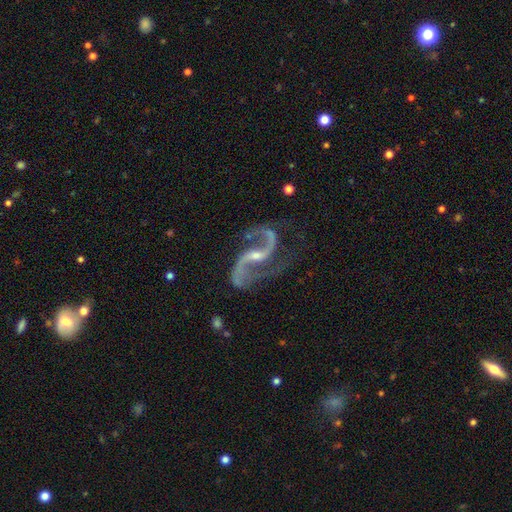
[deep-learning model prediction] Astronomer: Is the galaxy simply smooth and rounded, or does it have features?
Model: featured or disk — 94%.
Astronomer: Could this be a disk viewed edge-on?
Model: no — 98%.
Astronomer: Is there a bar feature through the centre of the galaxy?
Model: weak — 39% (runner-up: no, 32%).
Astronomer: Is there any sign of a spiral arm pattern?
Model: yes — 98%.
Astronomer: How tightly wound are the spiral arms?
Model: loose — 57% (runner-up: medium, 36%).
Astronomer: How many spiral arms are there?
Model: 2 — 94%.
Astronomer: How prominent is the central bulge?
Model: small — 66%.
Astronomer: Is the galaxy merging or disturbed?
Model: none — 67%.